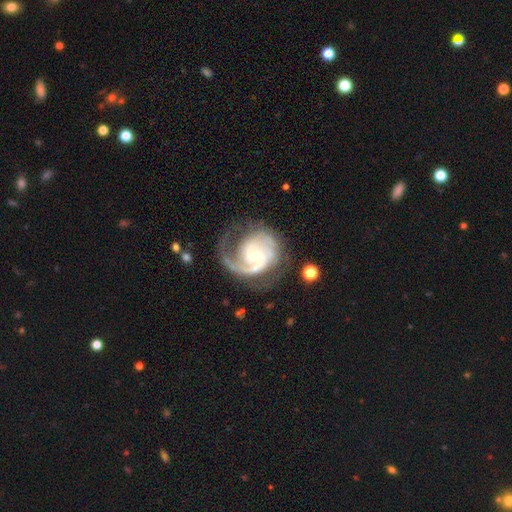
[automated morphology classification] Overall: featured or disk (88%). Edge-on disk: no (98%). Bar: no (57%; weak 35%). Spiral arms: yes (97%). Spiral arm count: 2 (51%; 1 26%). Spiral winding: medium (43%; tight 42%). Bulge size: moderate (47%, tied with small). Merging: none (55%; major disturbance 23%).